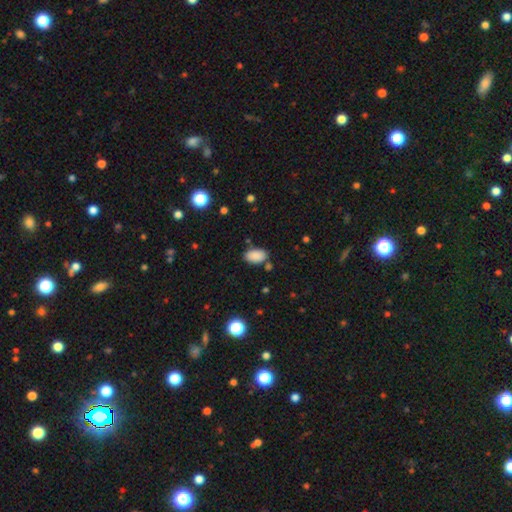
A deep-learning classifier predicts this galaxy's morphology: A smooth galaxy with no disk features (88%) that is in between round and cigar-shaped (93%).

Vote fractions:
- Smooth or featured? smooth: 88% / star or artifact: 9% / featured or disk: 4%
- How rounded? in between: 93% / round: 6% / cigar-shaped: 1%
- Merging? none: 80% / minor disturbance: 13% / merger: 5% / major disturbance: 3%